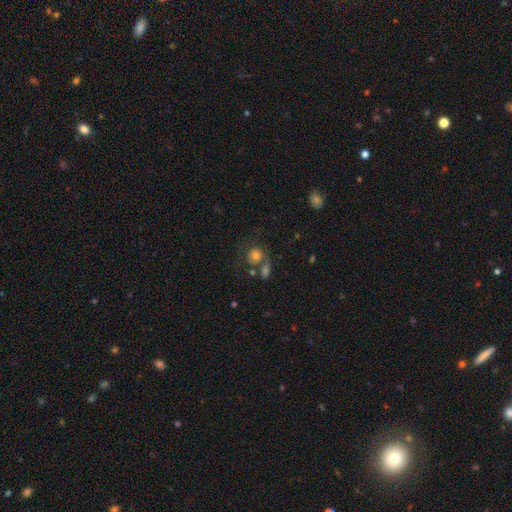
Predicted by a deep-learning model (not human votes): The model was most divided on "merging": none: 49%, merger: 27%, minor disturbance: 14%, major disturbance: 10%. More confident: how rounded — round (79%); smooth or featured — smooth (70%).